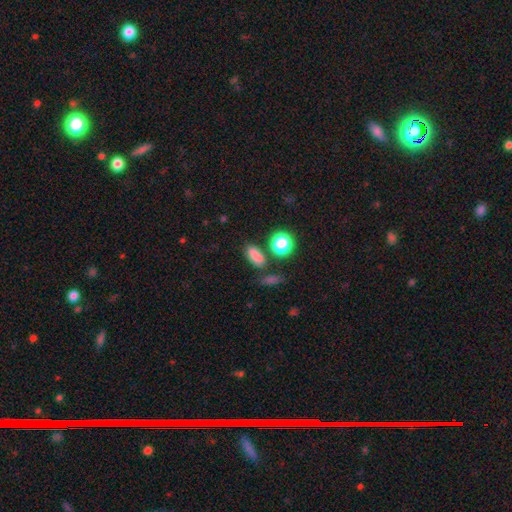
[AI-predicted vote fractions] Q: Smooth or featured?
A: smooth (79%); runner-up: star or artifact (15%)
Q: How rounded?
A: in between (75%); runner-up: round (18%)
Q: Merging?
A: none (69%); runner-up: minor disturbance (13%)